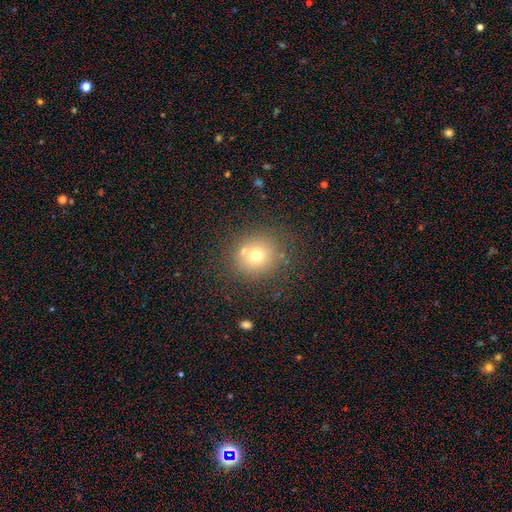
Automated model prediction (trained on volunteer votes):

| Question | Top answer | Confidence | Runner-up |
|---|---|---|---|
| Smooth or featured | smooth | 68% | star or artifact (16%) |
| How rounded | round | 86% | in between (13%) |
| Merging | none | 72% | merger (13%) |